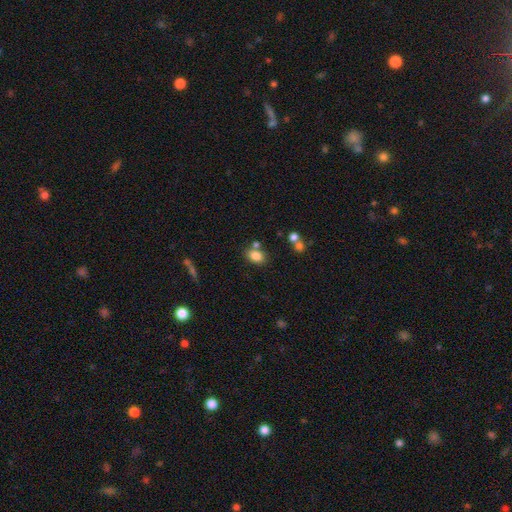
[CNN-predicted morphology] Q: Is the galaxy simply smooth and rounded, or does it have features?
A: smooth — 82%.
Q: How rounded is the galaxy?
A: in between — 77%.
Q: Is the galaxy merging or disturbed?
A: none — 66%.